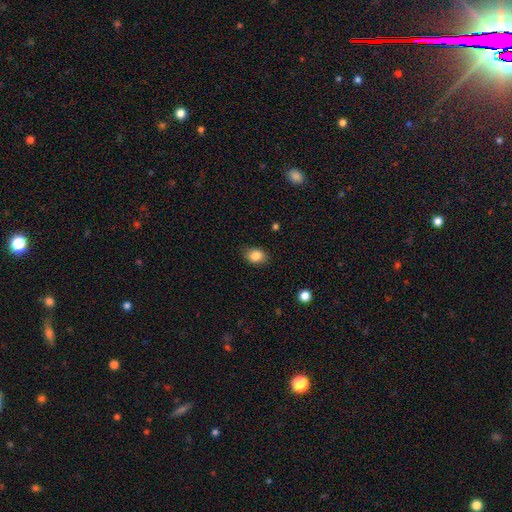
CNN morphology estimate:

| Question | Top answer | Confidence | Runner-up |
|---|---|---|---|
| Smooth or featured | smooth | 86% | star or artifact (9%) |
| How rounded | in between | 65% | round (34%) |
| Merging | none | 80% | minor disturbance (16%) |